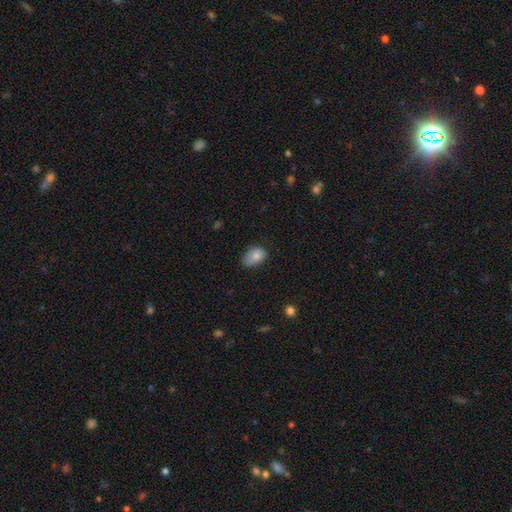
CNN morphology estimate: type=smooth (82%); roundness=in between (85%); merging=none (50%).